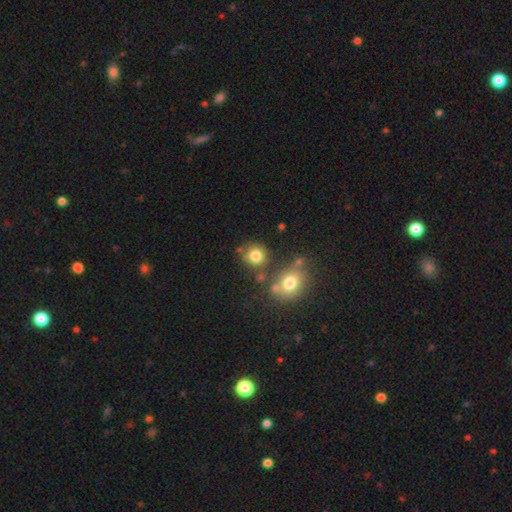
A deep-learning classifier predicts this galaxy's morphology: Smooth or featured? smooth (78%)
How rounded? round (86%)
Merging? none (72%)